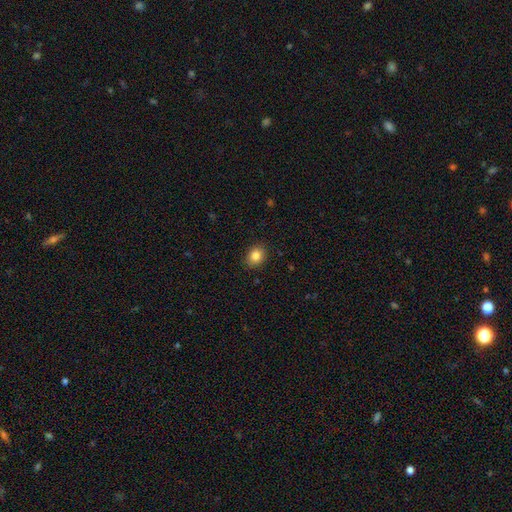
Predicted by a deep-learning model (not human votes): Smooth or featured: smooth — 84% (star or artifact — 10%)
How rounded: round — 53% (in between — 46%)
Merging: none — 88% (minor disturbance — 9%)